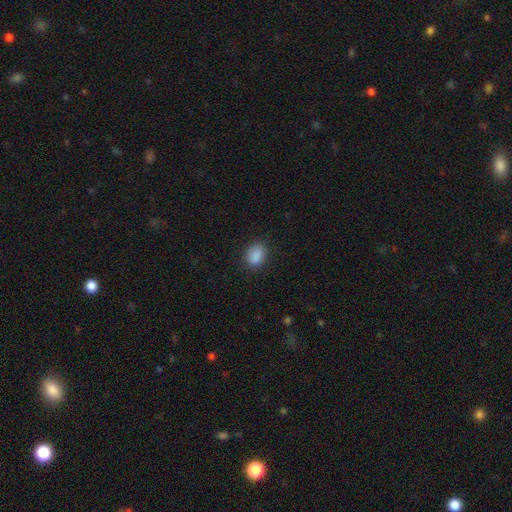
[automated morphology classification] Overall: smooth (87%). How rounded: in between (70%). Merging: none (81%).